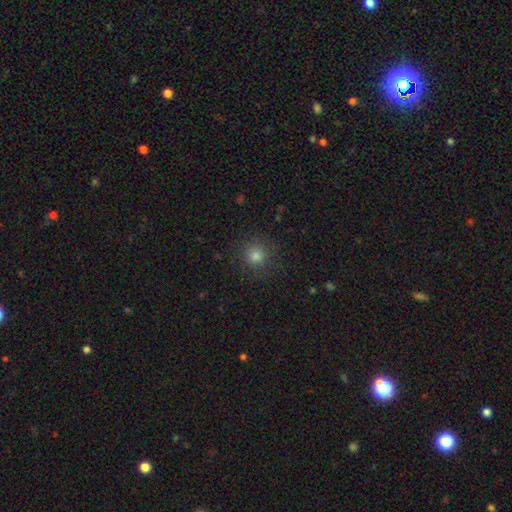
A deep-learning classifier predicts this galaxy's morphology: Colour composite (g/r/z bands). It shows a smooth galaxy with no disk features (79%) that is round (93%). Merging: none (88%).